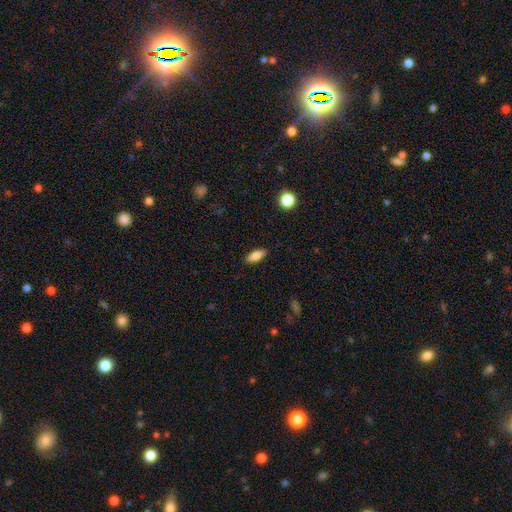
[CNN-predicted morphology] Smooth or featured: smooth — 73% (featured or disk — 20%)
How rounded: in between — 61% (cigar-shaped — 36%)
Merging: none — 88% (minor disturbance — 9%)